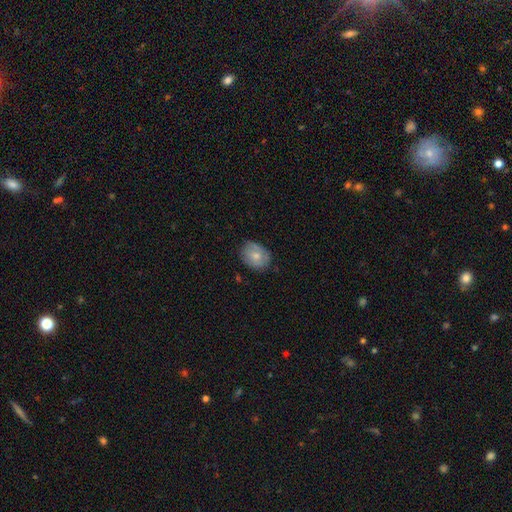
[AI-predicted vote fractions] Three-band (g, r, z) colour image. It shows a smooth galaxy with no disk features (63%) that is in between round and cigar-shaped (52%). Merging: none (73%).